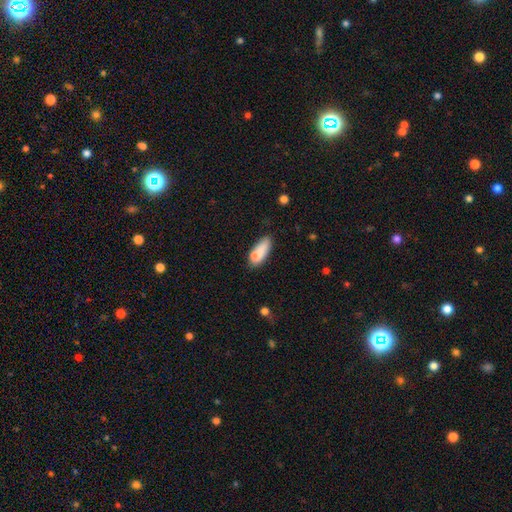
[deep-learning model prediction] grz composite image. It shows a smooth galaxy with no disk features (78%) that is in between round and cigar-shaped (77%). Merging: none (49%).